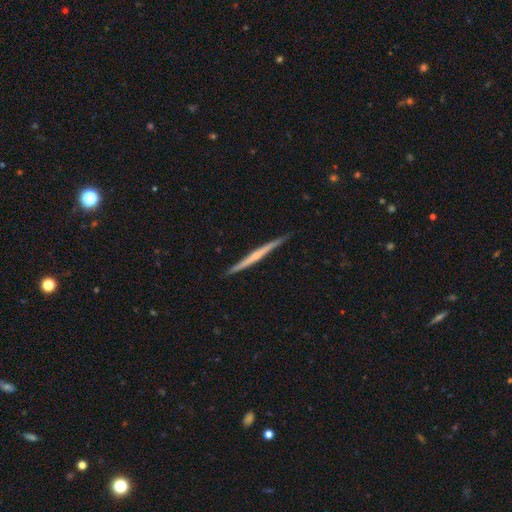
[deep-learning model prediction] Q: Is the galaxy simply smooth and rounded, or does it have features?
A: featured or disk — 68%.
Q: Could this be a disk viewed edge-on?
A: yes — 98%.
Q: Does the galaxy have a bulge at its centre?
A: none — 51%.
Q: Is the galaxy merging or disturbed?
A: none — 90%.